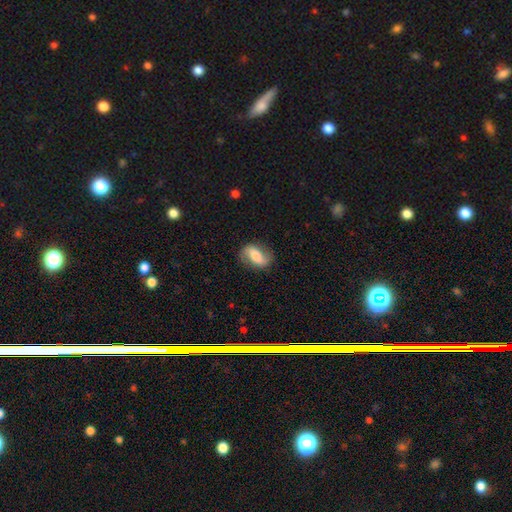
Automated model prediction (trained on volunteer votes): Smooth or featured?
  - featured or disk: 54% *
  - smooth: 39%
  - star or artifact: 7%
Edge-on disk?
  - no: 94% *
  - yes: 6%
Bar?
  - weak: 36% *
  - strong: 32%
  - no: 31%
Spiral arms?
  - yes: 86% *
  - no: 14%
Bulge size?
  - moderate: 45% *
  - small: 27%
  - large: 18%
  - none: 7%
  - dominant: 4%
Merging?
  - none: 78% *
  - minor disturbance: 15%
  - major disturbance: 5%
  - merger: 1%